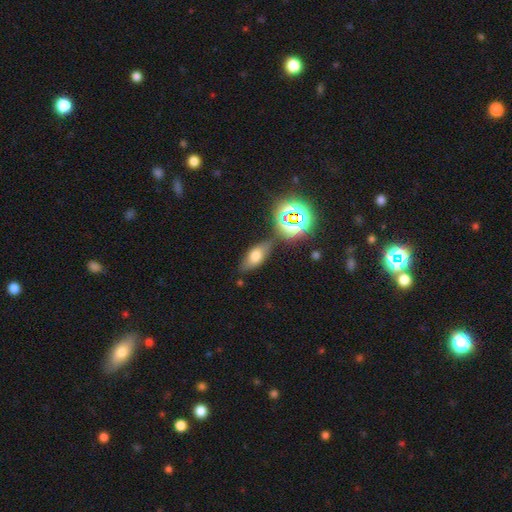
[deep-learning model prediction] smooth-or-featured: smooth: 57% | featured or disk: 24% | star or artifact: 19%
  how-rounded: in between: 78% | cigar-shaped: 15% | round: 8%
  merging: none: 66% | minor disturbance: 18% | merger: 11% | major disturbance: 6%